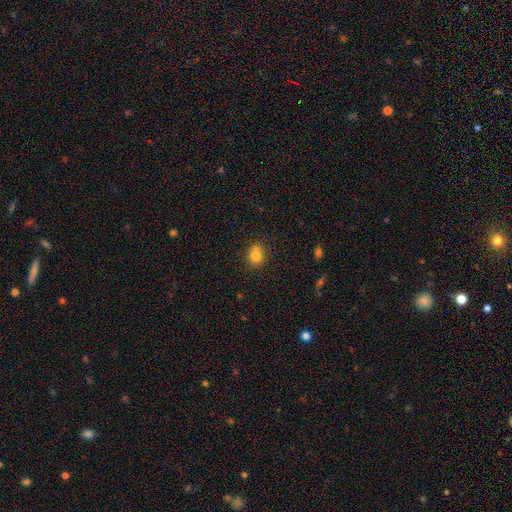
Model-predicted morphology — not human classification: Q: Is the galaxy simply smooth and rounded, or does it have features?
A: smooth — 76%.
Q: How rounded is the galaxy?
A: round — 83%.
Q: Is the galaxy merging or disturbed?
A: none — 51%.